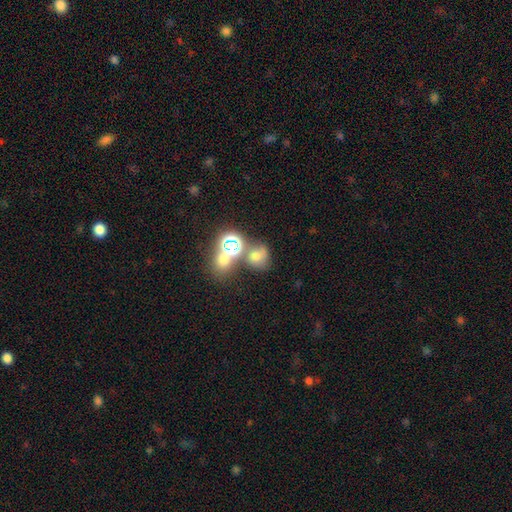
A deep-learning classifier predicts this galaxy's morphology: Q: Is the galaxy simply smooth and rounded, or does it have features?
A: smooth — 61%.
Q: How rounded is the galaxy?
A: round — 74%.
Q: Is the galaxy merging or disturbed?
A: none — 46%.